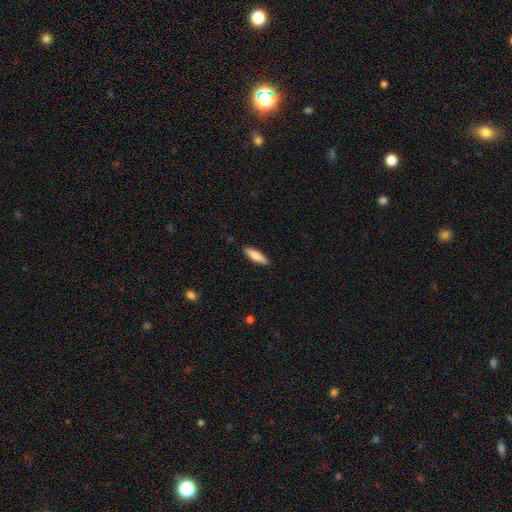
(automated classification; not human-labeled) smooth-or-featured: smooth: 80% | featured or disk: 15% | star or artifact: 5%
  how-rounded: cigar-shaped: 62% | in between: 37% | round: 2%
  merging: none: 89% | minor disturbance: 8% | major disturbance: 2% | merger: 1%